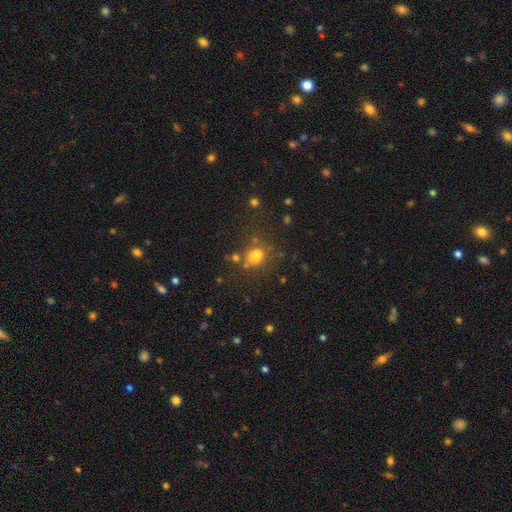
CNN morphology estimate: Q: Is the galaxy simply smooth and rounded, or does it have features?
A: smooth — 74%.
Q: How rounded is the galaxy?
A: round — 57%.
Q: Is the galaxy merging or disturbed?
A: none — 64%.